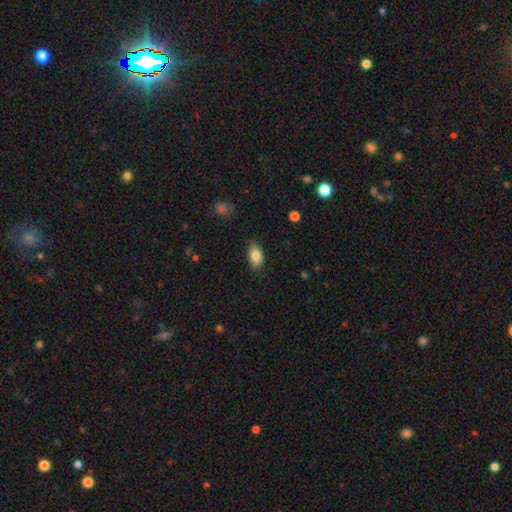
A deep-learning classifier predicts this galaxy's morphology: Q: Smooth or featured?
A: smooth (85%); runner-up: star or artifact (8%)
Q: How rounded?
A: in between (90%); runner-up: round (7%)
Q: Merging?
A: none (83%); runner-up: minor disturbance (14%)